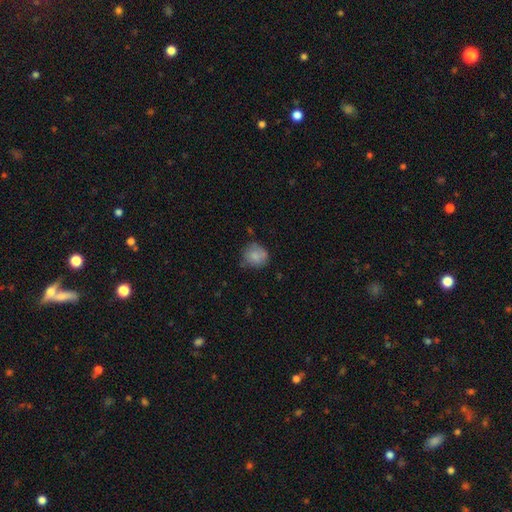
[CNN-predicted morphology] Q: Smooth or featured?
A: smooth (80%); runner-up: featured or disk (11%)
Q: How rounded?
A: round (78%); runner-up: in between (21%)
Q: Merging?
A: none (64%); runner-up: minor disturbance (25%)